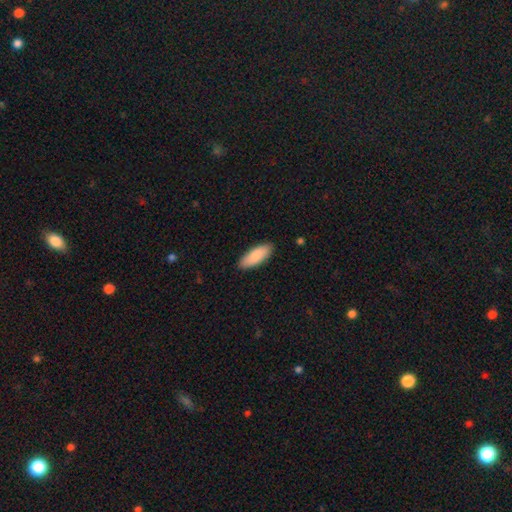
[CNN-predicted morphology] This is clearly a smooth galaxy (89%). How rounded: likely in between (77%). Merging: clearly none (88%).